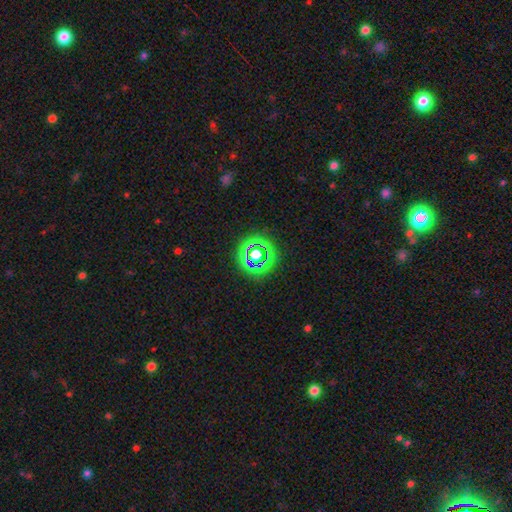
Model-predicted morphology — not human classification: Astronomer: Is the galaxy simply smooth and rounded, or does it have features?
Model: star or artifact — 53% (runner-up: smooth, 35%).